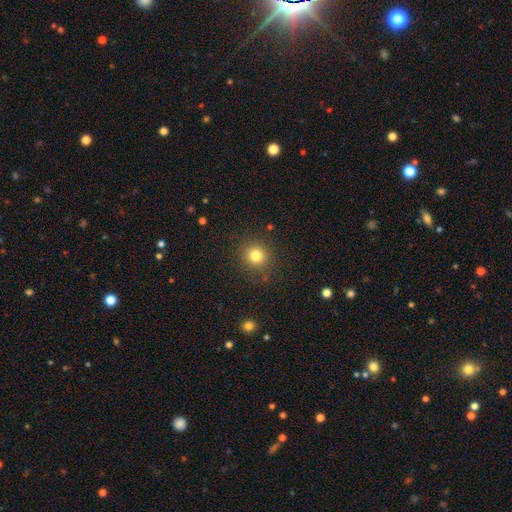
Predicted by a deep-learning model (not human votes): This is clearly a smooth galaxy (80%). How rounded: clearly round (92%). Merging: clearly none (88%).